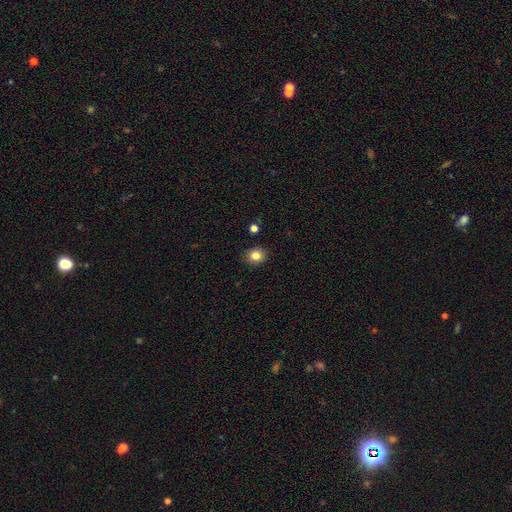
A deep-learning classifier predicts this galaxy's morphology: Overall: smooth (82%). How rounded: round (62%; in between 37%). Merging: none (88%).